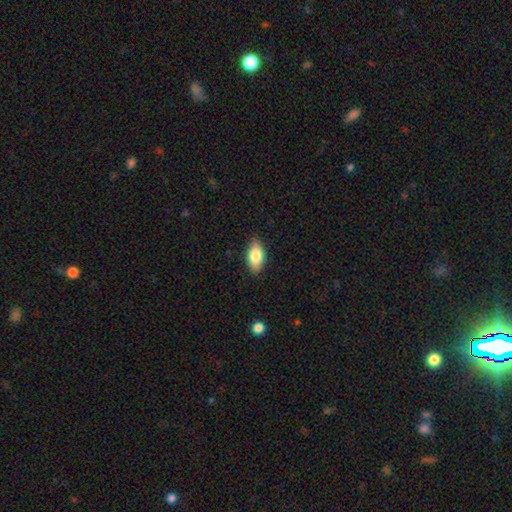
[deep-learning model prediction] A smooth galaxy with no disk features (81%) that is in between round and cigar-shaped (92%).

Vote fractions:
- Smooth or featured? smooth: 81% / featured or disk: 12% / star or artifact: 7%
- How rounded? in between: 92% / cigar-shaped: 4% / round: 4%
- Merging? none: 87% / minor disturbance: 10% / major disturbance: 2% / merger: 1%